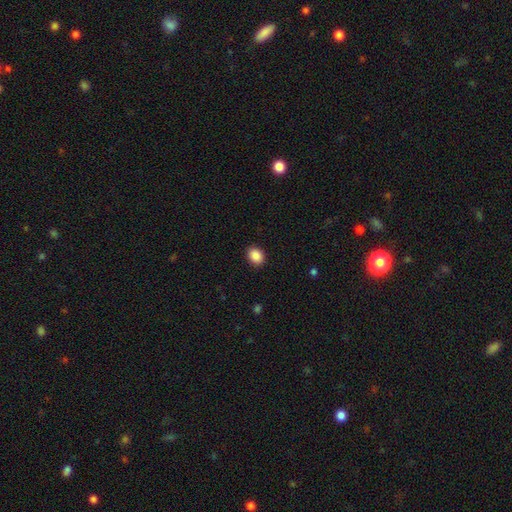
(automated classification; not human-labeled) This is clearly a smooth galaxy (89%). How rounded: possibly in between (55%). Merging: clearly none (90%).